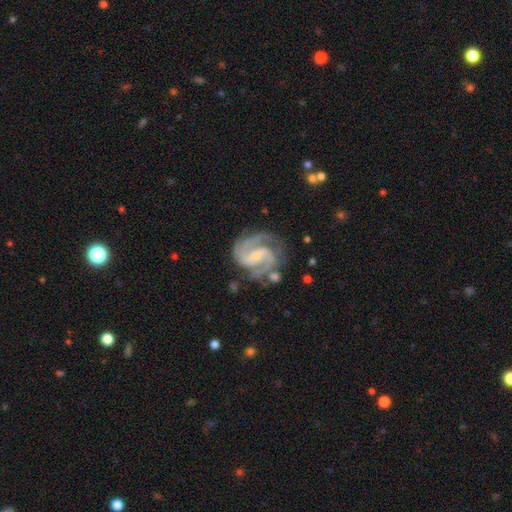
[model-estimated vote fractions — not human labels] A featured or disk galaxy (92%) with a weak bar (47%), 2 (64%) medium (54%) spiral arms (98%) and a small central bulge (62%).

Vote fractions:
- Smooth or featured? featured or disk: 92% / star or artifact: 4% / smooth: 4%
- Edge-on disk? no: 98% / yes: 2%
- Bar? weak: 47% / strong: 28% / no: 25%
- Spiral arms? yes: 98% / no: 2%
- Spiral winding? medium: 54% / tight: 37% / loose: 9%
- Spiral arm count? 2: 64% / 3: 23% / can't tell: 5% / 4: 3% / 1: 2% / more than 4: 2%
- Bulge size? small: 62% / moderate: 21% / none: 14% / large: 2% / dominant: 1%
- Merging? none: 69% / minor disturbance: 18% / major disturbance: 9% / merger: 4%